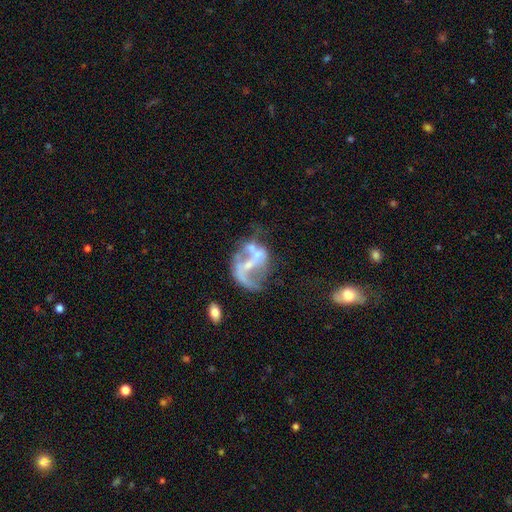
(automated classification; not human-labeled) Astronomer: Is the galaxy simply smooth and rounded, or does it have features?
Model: featured or disk — 73%.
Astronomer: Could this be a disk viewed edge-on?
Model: no — 97%.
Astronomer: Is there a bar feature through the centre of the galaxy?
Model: no — 55%.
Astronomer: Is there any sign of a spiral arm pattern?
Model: yes — 55% (runner-up: no, 45%).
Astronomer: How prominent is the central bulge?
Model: small — 44% (runner-up: none, 29%).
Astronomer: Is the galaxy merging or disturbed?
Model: merger — 37% (runner-up: major disturbance, 26%).